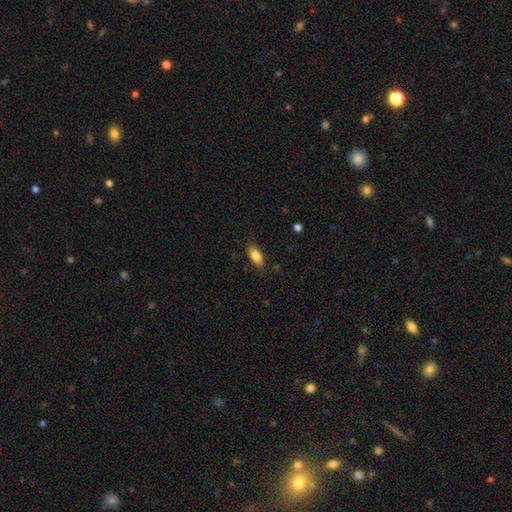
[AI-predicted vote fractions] Smooth or featured? smooth (84%)
How rounded? in between (85%)
Merging? none (84%)